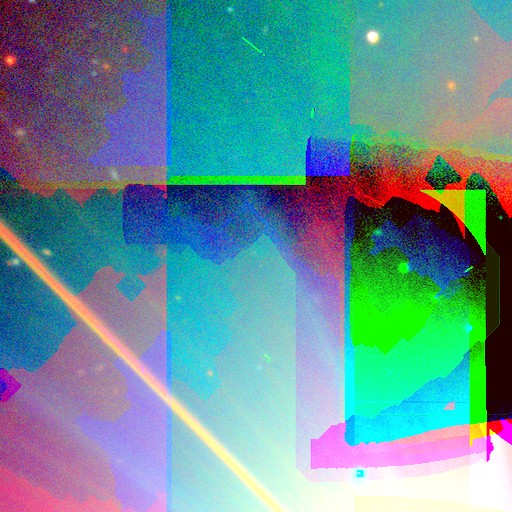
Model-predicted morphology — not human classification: smooth_or_featured: star or artifact (p=0.86) [alt: featured or disk p=0.08]